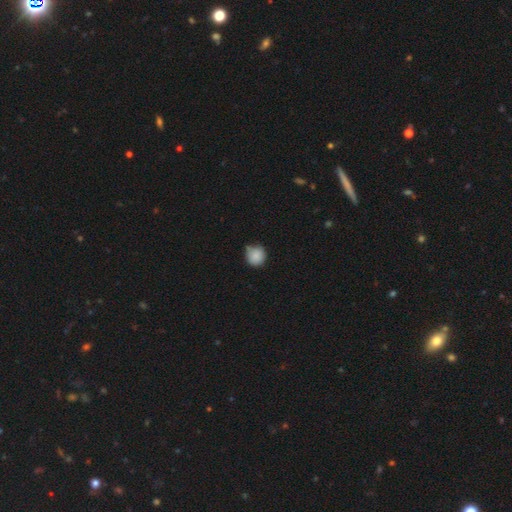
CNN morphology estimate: This is clearly a smooth galaxy (86%). How rounded: clearly round (92%). Merging: likely none (62%).